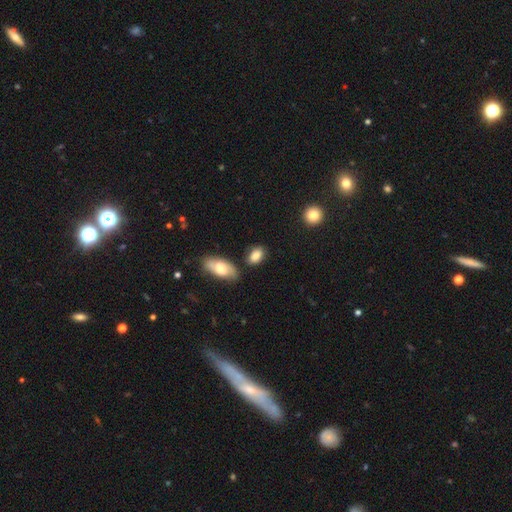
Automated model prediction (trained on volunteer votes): This is clearly a smooth galaxy (84%). How rounded: clearly in between (86%). Merging: likely none (71%).